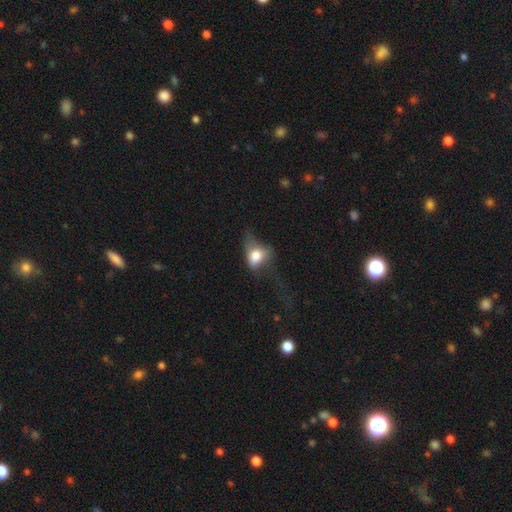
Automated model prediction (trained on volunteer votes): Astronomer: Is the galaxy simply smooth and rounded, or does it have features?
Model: smooth — 69%.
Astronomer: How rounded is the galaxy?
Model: in between — 75%.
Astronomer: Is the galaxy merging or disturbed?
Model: major disturbance — 49% (runner-up: minor disturbance, 25%).